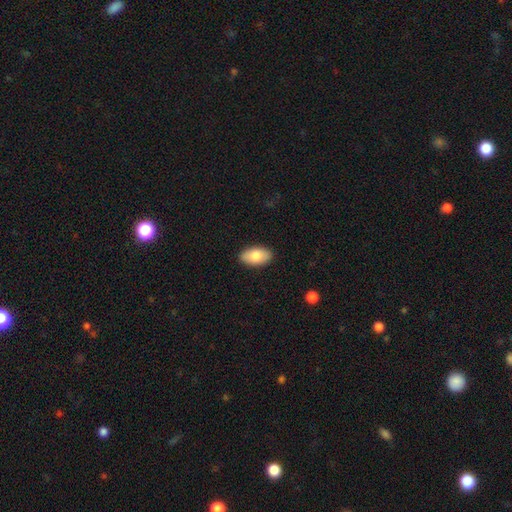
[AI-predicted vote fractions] Smooth or featured?
  - smooth: 79% *
  - featured or disk: 15%
  - star or artifact: 6%
How rounded?
  - in between: 94% *
  - round: 4%
  - cigar-shaped: 2%
Merging?
  - none: 89% *
  - minor disturbance: 8%
  - major disturbance: 2%
  - merger: 1%